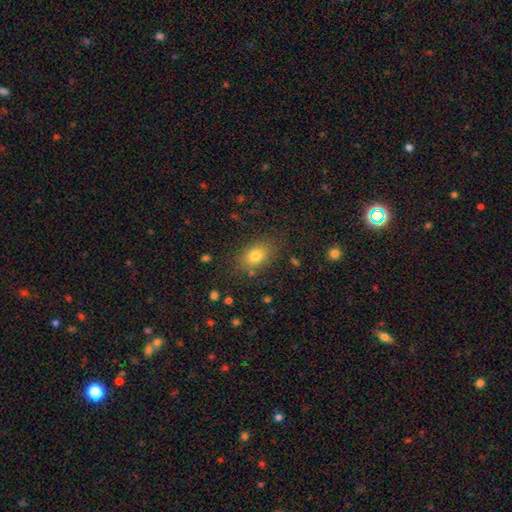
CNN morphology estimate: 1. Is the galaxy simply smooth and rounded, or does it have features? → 79% smooth, 11% star or artifact, 10% featured or disk.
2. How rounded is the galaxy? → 77% in between, 21% round, 2% cigar-shaped.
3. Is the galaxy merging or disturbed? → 80% none, 13% minor disturbance, 4% major disturbance, 2% merger.